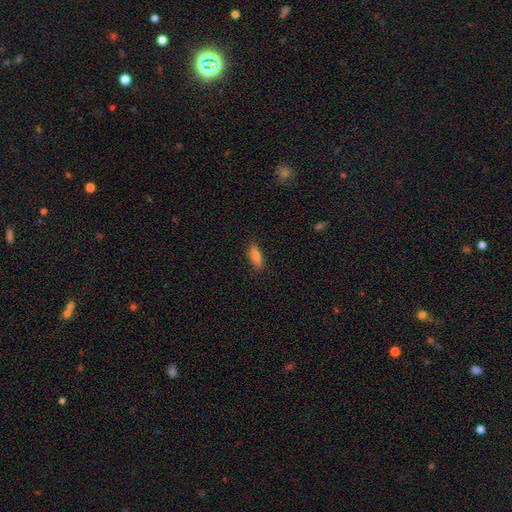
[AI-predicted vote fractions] Smooth or featured?
  - smooth: 79% *
  - featured or disk: 14%
  - star or artifact: 8%
How rounded?
  - in between: 59% *
  - cigar-shaped: 39%
  - round: 2%
Merging?
  - none: 86% *
  - minor disturbance: 10%
  - major disturbance: 2%
  - merger: 1%